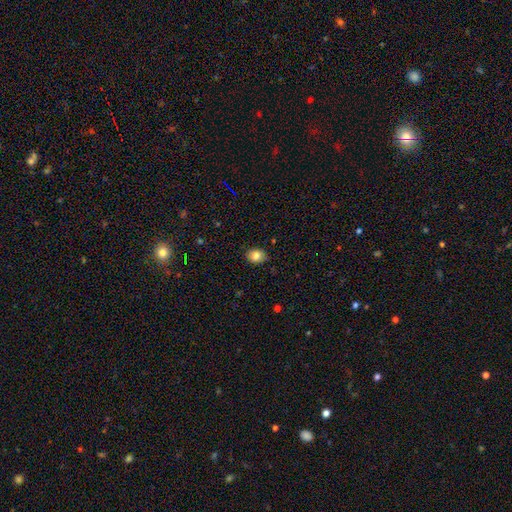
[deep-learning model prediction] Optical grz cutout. It shows a smooth galaxy with no disk features (83%) that is in between round and cigar-shaped (51%). Merging: none (87%).